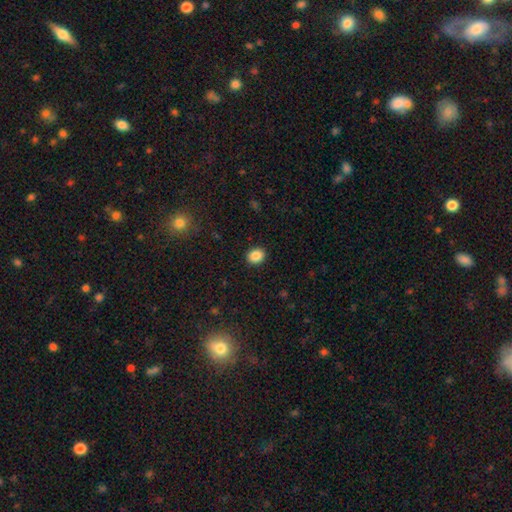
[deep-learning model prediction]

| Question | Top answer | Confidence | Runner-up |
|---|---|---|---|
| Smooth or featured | smooth | 87% | star or artifact (10%) |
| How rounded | round | 61% | in between (38%) |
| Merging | none | 91% | minor disturbance (6%) |